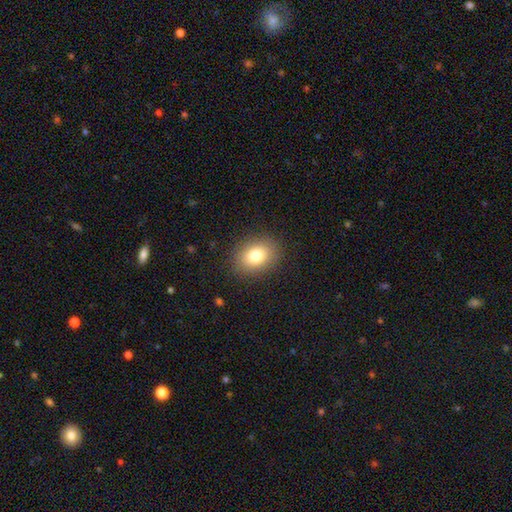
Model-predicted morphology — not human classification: The model was most divided on "how rounded": in between: 61%, round: 38%, cigar-shaped: 1%. More confident: merging — none (88%); smooth or featured — smooth (79%).